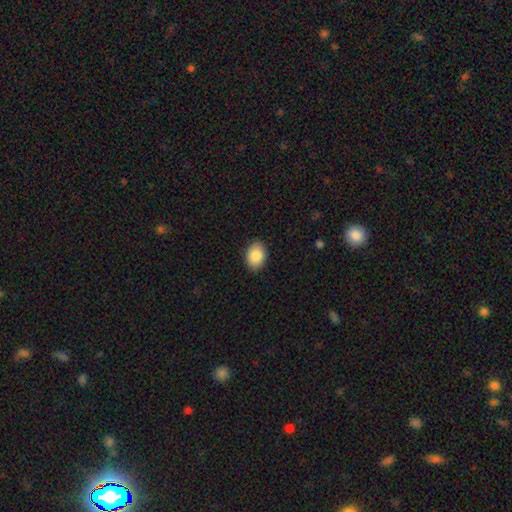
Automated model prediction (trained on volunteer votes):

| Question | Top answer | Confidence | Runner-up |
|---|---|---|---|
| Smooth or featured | smooth | 87% | star or artifact (7%) |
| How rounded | in between | 76% | round (23%) |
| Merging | none | 88% | minor disturbance (9%) |